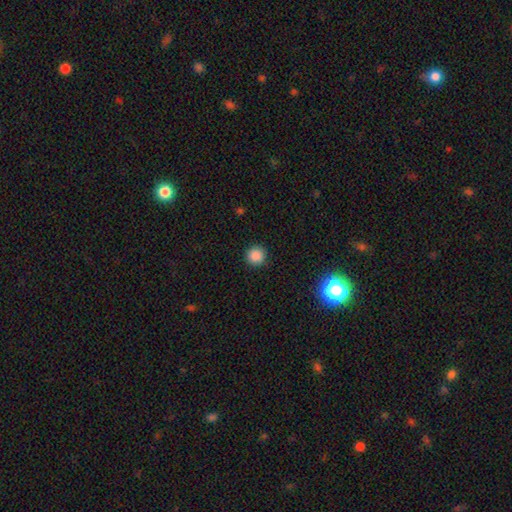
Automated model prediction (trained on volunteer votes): smooth-or-featured: smooth: 86% | star or artifact: 11% | featured or disk: 3%
  how-rounded: round: 95% | in between: 4% | cigar-shaped: 1%
  merging: none: 92% | minor disturbance: 5% | major disturbance: 2% | merger: 1%